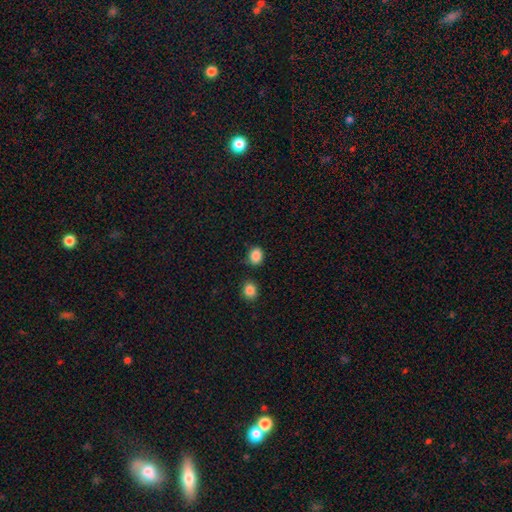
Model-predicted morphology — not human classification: type=smooth (87%); roundness=round (51%); merging=none (77%).